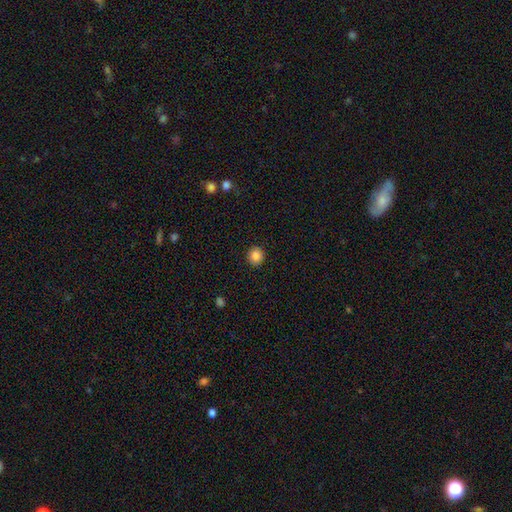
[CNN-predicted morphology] The model was most divided on "smooth or featured": smooth: 85%, star or artifact: 10%, featured or disk: 5%. More confident: merging — none (92%); how rounded — round (89%).